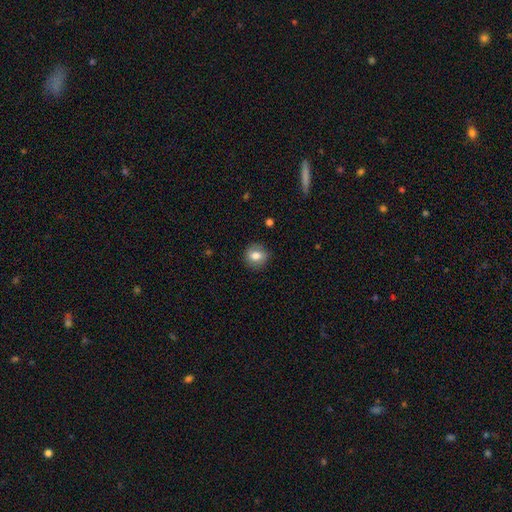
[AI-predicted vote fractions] Smooth or featured: smooth — 78% (featured or disk — 13%)
How rounded: round — 79% (in between — 20%)
Merging: none — 84% (minor disturbance — 12%)